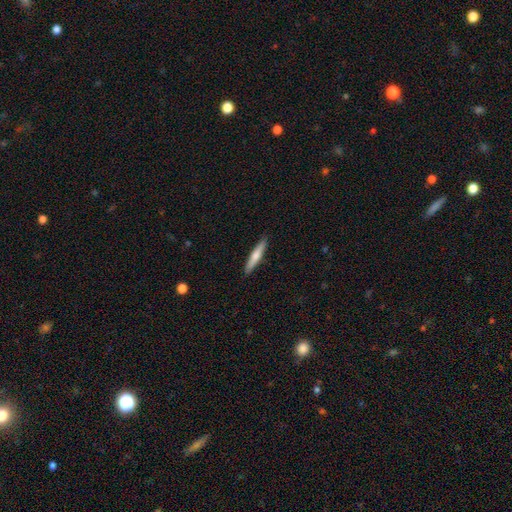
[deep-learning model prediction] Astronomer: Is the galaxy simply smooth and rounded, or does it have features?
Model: smooth — 61%.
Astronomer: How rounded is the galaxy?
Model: cigar-shaped — 92%.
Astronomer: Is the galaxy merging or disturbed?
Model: none — 91%.